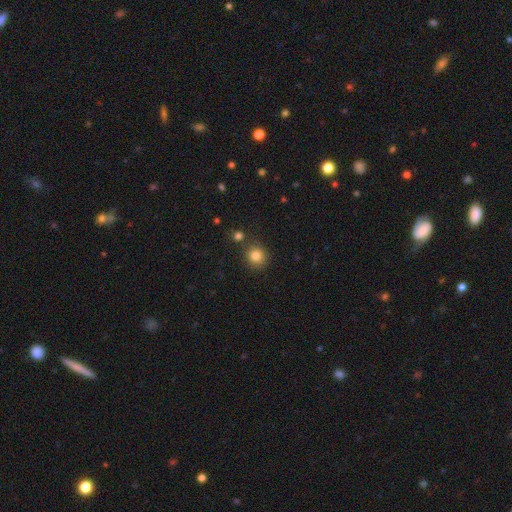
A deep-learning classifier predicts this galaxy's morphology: Smooth or featured?
  - smooth: 82% *
  - star or artifact: 12%
  - featured or disk: 6%
How rounded?
  - round: 89% *
  - in between: 10%
  - cigar-shaped: 1%
Merging?
  - none: 81% *
  - minor disturbance: 9%
  - merger: 7%
  - major disturbance: 3%